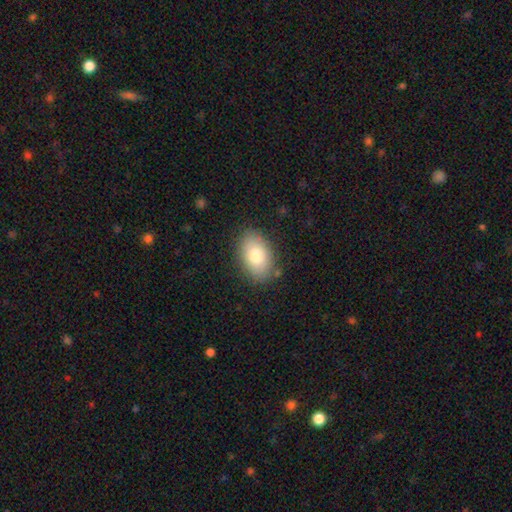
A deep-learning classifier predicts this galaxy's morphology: A smooth galaxy with no disk features (78%) that is in between round and cigar-shaped (89%). Merging: none (85%).